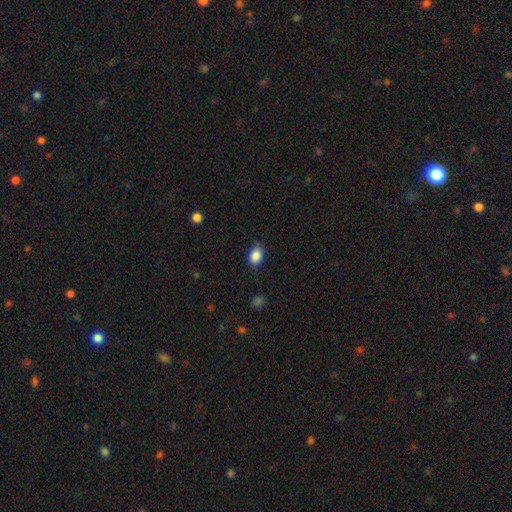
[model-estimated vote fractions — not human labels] Smooth or featured: smooth — 88% (star or artifact — 8%)
How rounded: in between — 76% (round — 23%)
Merging: none — 81% (minor disturbance — 14%)